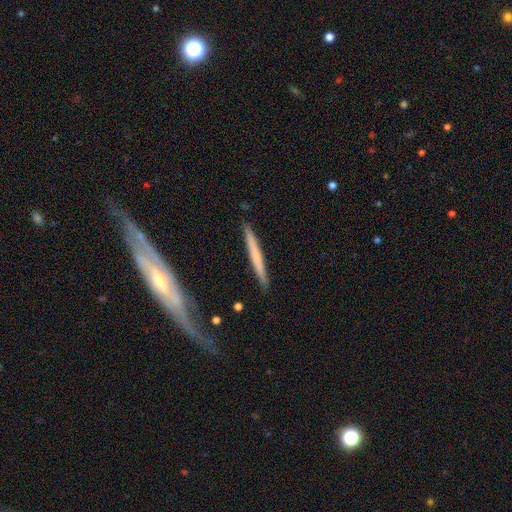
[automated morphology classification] The model was most divided on "smooth or featured": smooth: 54%, featured or disk: 41%, star or artifact: 5%. More confident: how rounded — cigar-shaped (96%); merging — none (84%).